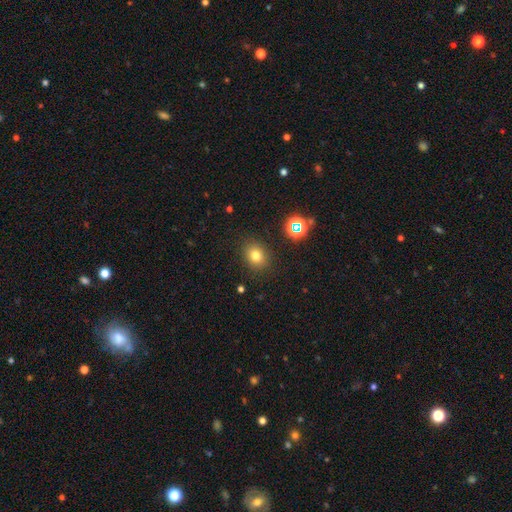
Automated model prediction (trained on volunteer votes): smooth_or_featured: smooth (p=0.76) [alt: star or artifact p=0.16]
how_rounded: round (p=0.61) [alt: in between p=0.38]
merging: none (p=0.86) [alt: minor disturbance p=0.09]